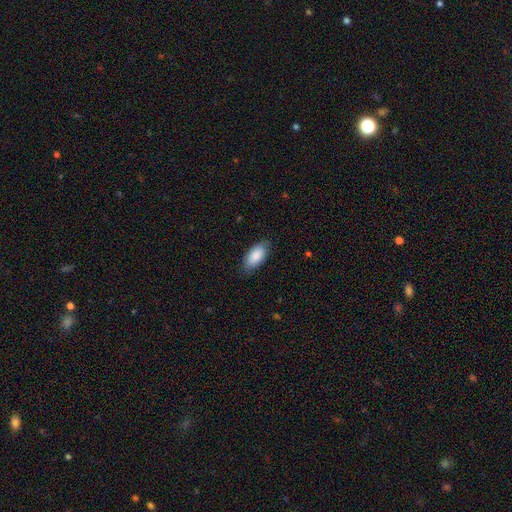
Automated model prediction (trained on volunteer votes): The model was most divided on "merging": none: 81%, minor disturbance: 15%, major disturbance: 3%, merger: 1%. More confident: how rounded — in between (92%); smooth or featured — smooth (87%).